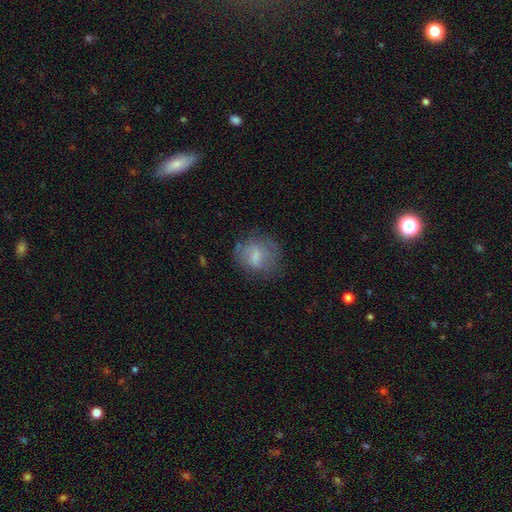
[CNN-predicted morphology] type=smooth (53%); roundness=round (61%); merging=none (59%).